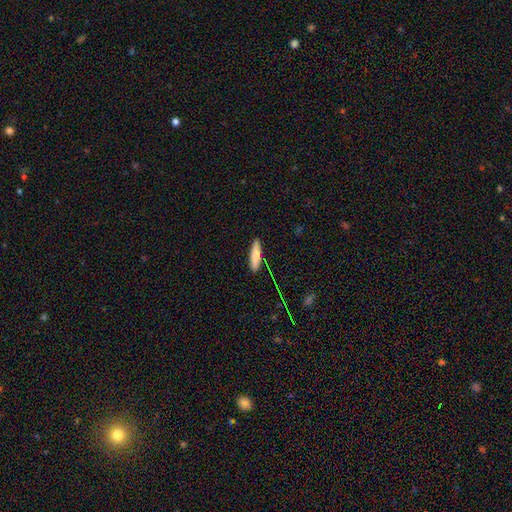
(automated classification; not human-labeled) The model was most divided on "how rounded": cigar-shaped: 72%, in between: 27%, round: 2%. More confident: merging — none (87%); smooth or featured — smooth (79%).